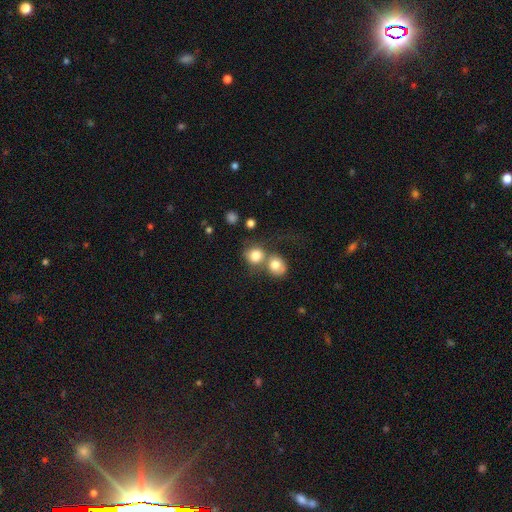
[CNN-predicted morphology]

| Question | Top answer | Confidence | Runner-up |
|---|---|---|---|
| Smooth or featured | smooth | 78% | featured or disk (12%) |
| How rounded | round | 78% | in between (21%) |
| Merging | merger | 55% | none (32%) |